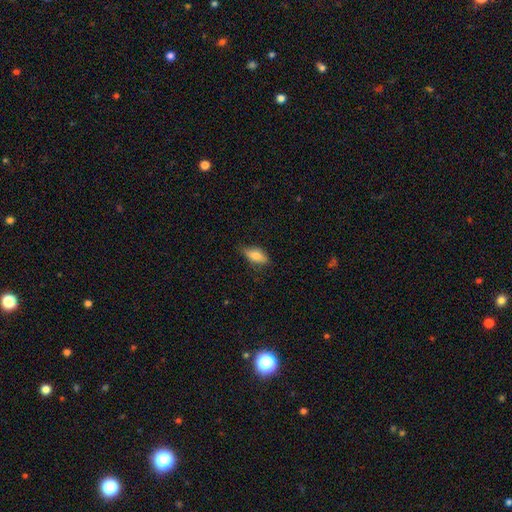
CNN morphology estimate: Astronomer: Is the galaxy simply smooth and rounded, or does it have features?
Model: smooth — 71%.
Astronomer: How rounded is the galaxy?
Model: in between — 79%.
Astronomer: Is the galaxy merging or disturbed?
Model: none — 71%.